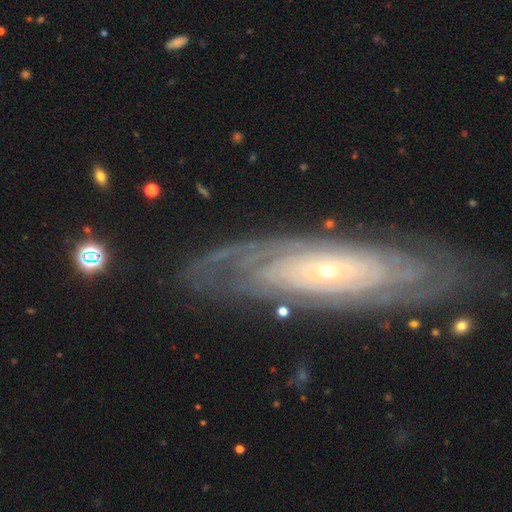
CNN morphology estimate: Smooth or featured?
  - featured or disk: 83% *
  - smooth: 11%
  - star or artifact: 6%
Edge-on disk?
  - no: 84% *
  - yes: 16%
Bar?
  - no: 82% *
  - weak: 13%
  - strong: 6%
Spiral arms?
  - yes: 88% *
  - no: 12%
Spiral winding?
  - tight: 82% *
  - medium: 14%
  - loose: 4%
Spiral arm count?
  - can't tell: 53% *
  - 2: 13%
  - more than 4: 11%
  - 4: 9%
  - 3: 8%
  - 1: 6%
Bulge size?
  - small: 79% *
  - moderate: 17%
  - large: 2%
  - dominant: 1%
  - none: 1%
Merging?
  - none: 81% *
  - minor disturbance: 12%
  - major disturbance: 5%
  - merger: 2%